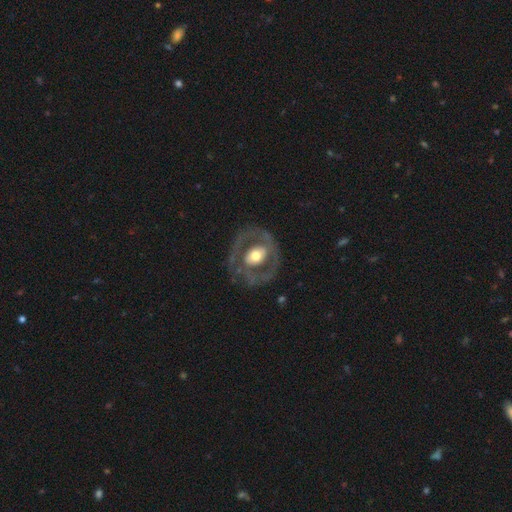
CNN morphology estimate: Q: Smooth or featured?
A: featured or disk (64%); runner-up: smooth (30%)
Q: Edge-on disk?
A: no (95%); runner-up: yes (5%)
Q: Bar?
A: no (67%); runner-up: weak (21%)
Q: Spiral arms?
A: no (70%); runner-up: yes (30%)
Q: Bulge size?
A: moderate (59%); runner-up: large (31%)
Q: Merging?
A: none (71%); runner-up: minor disturbance (15%)